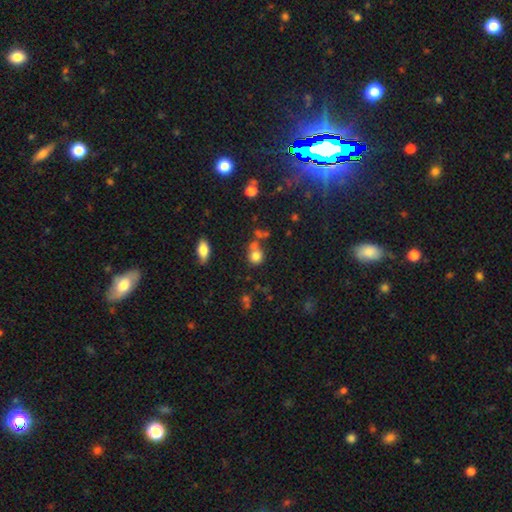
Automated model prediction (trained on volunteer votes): Overall: smooth (78%). How rounded: round (80%). Merging: none (55%; merger 27%).